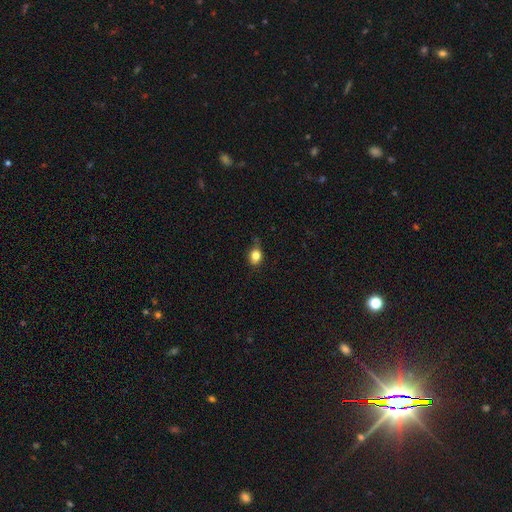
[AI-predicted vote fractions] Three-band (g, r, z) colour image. It shows a smooth galaxy with no disk features (81%) that is round (57%). Merging: none (63%).